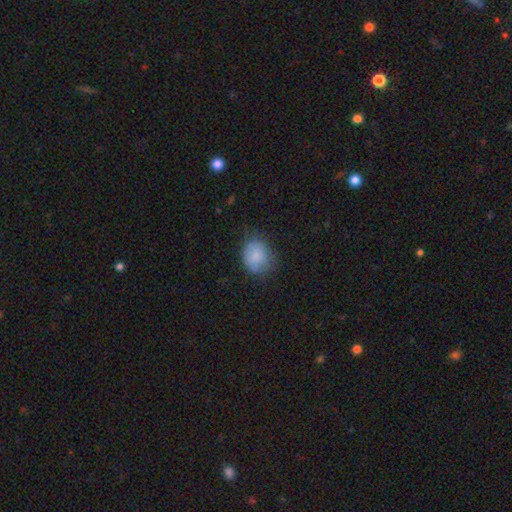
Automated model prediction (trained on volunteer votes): smooth 83%, featured or disk 9%, star or artifact 8%. Down the decision tree: how rounded — round (57%); merging — none (62%).